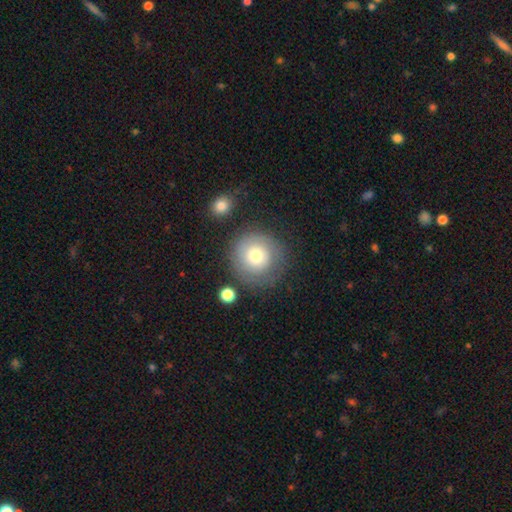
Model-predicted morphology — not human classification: Overall: smooth (67%). How rounded: round (94%). Merging: none (74%).